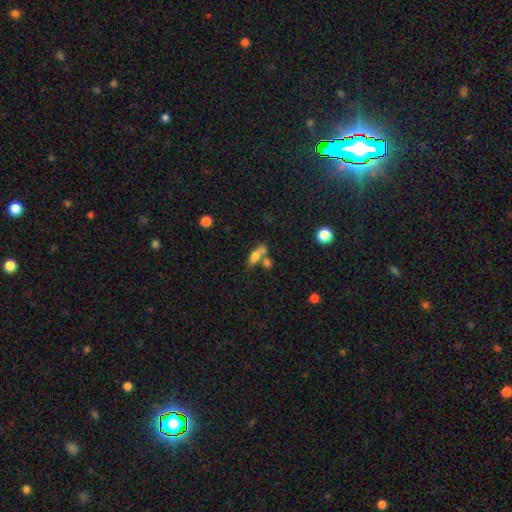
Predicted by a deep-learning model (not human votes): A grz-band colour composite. It shows a smooth galaxy with no disk features (67%) that is in between round and cigar-shaped (65%). Merging: none (41%).